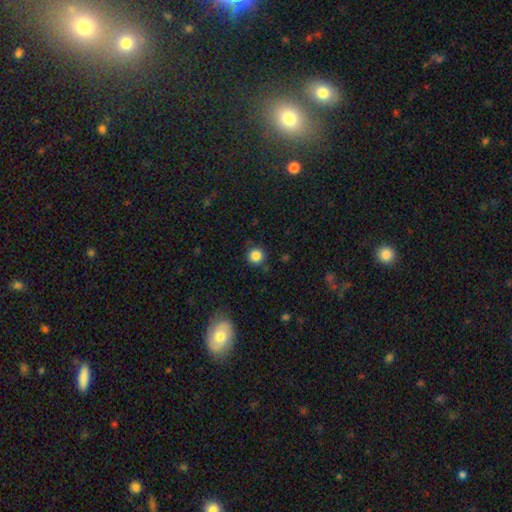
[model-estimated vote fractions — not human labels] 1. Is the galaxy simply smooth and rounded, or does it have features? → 85% smooth, 11% star or artifact, 4% featured or disk.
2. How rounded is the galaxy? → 94% round, 5% in between, 1% cigar-shaped.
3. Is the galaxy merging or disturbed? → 86% none, 10% minor disturbance, 3% major disturbance, 2% merger.